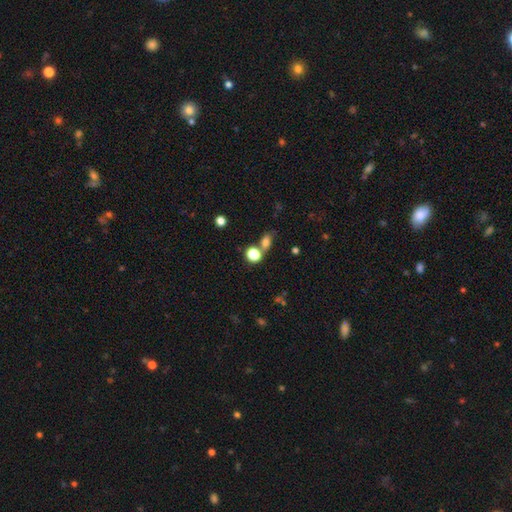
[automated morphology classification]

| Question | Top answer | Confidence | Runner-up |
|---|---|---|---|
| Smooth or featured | smooth | 63% | star or artifact (27%) |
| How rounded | round | 55% | in between (41%) |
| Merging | none | 60% | merger (25%) |